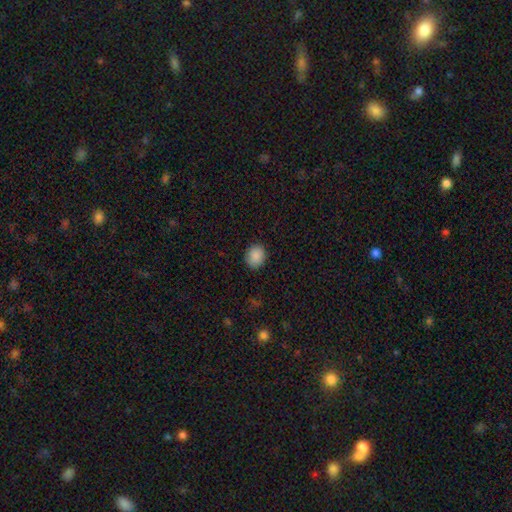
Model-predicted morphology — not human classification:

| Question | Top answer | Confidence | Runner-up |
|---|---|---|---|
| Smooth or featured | smooth | 88% | star or artifact (8%) |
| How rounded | round | 70% | in between (29%) |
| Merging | none | 88% | minor disturbance (9%) |